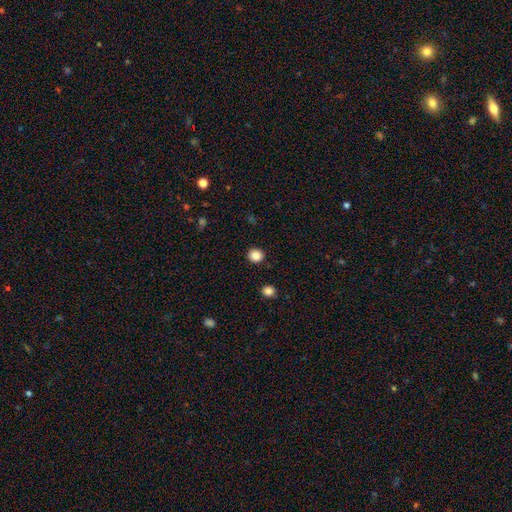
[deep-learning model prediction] Smooth or featured: smooth — 86% (star or artifact — 10%)
How rounded: round — 85% (in between — 14%)
Merging: none — 91% (minor disturbance — 5%)